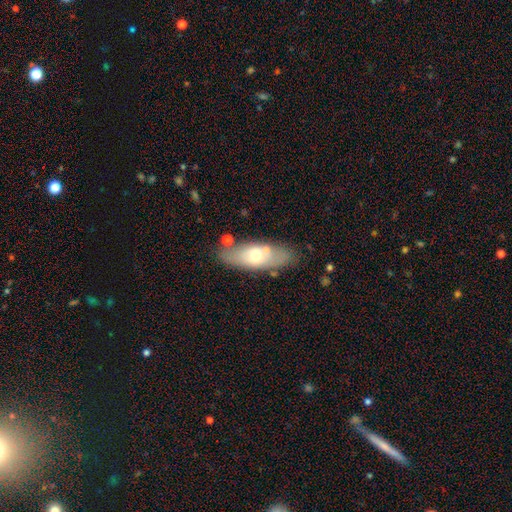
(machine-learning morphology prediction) Smooth or featured?
  - smooth: 55% *
  - featured or disk: 38%
  - star or artifact: 7%
How rounded?
  - in between: 74% *
  - cigar-shaped: 23%
  - round: 3%
Merging?
  - none: 75% *
  - minor disturbance: 14%
  - merger: 7%
  - major disturbance: 4%